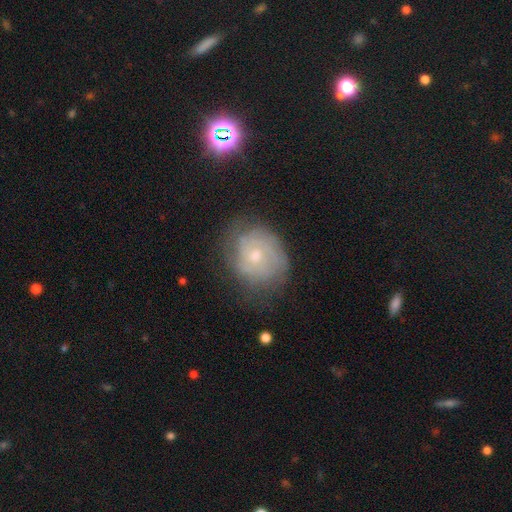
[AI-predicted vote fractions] Q: Smooth or featured?
A: featured or disk (70%); runner-up: smooth (22%)
Q: Edge-on disk?
A: no (97%); runner-up: yes (3%)
Q: Bar?
A: no (73%); runner-up: weak (24%)
Q: Spiral arms?
A: yes (87%); runner-up: no (13%)
Q: Spiral winding?
A: tight (66%); runner-up: medium (27%)
Q: Spiral arm count?
A: can't tell (46%); runner-up: 2 (25%)
Q: Bulge size?
A: moderate (49%); runner-up: small (46%)
Q: Merging?
A: none (68%); runner-up: minor disturbance (22%)